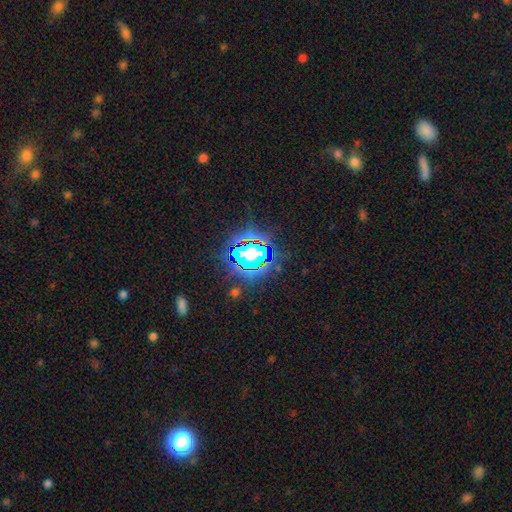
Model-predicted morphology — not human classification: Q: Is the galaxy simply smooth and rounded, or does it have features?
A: star or artifact — 74%.